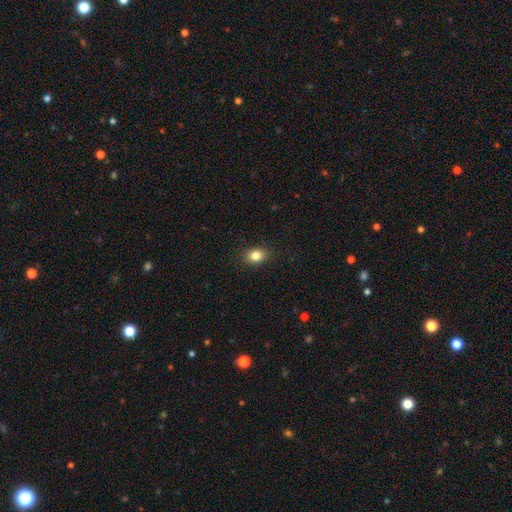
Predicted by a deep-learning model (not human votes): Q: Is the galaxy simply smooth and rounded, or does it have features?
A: smooth — 83%.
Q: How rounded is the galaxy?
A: in between — 53%.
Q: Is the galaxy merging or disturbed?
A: none — 88%.